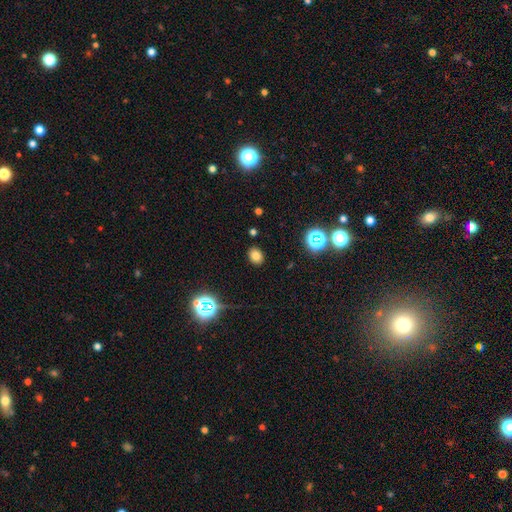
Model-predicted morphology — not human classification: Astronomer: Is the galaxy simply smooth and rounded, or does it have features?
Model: smooth — 76%.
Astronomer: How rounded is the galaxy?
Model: in between — 59% (runner-up: round, 40%).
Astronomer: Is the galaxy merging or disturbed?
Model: none — 88%.